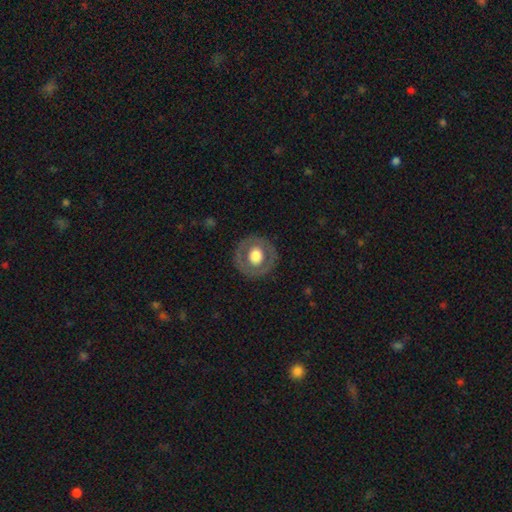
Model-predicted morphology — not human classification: A smooth galaxy with no disk features (51%) that is round (91%).

Vote fractions:
- Smooth or featured? smooth: 51% / featured or disk: 42% / star or artifact: 7%
- How rounded? round: 91% / in between: 8% / cigar-shaped: 1%
- Merging? none: 85% / minor disturbance: 10% / major disturbance: 5% / merger: 1%